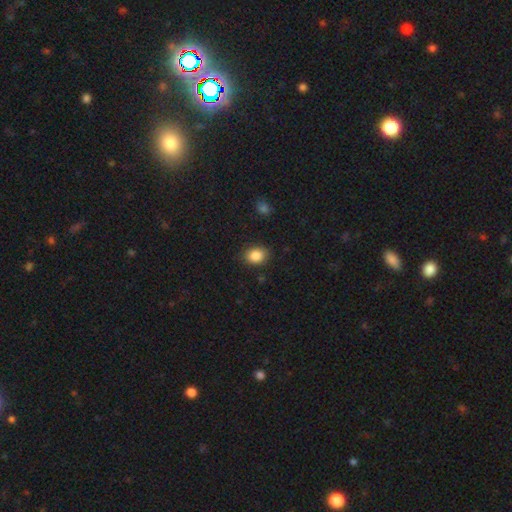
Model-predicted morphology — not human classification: Q: Smooth or featured?
A: smooth (86%); runner-up: star or artifact (9%)
Q: How rounded?
A: in between (63%); runner-up: round (36%)
Q: Merging?
A: none (85%); runner-up: minor disturbance (11%)